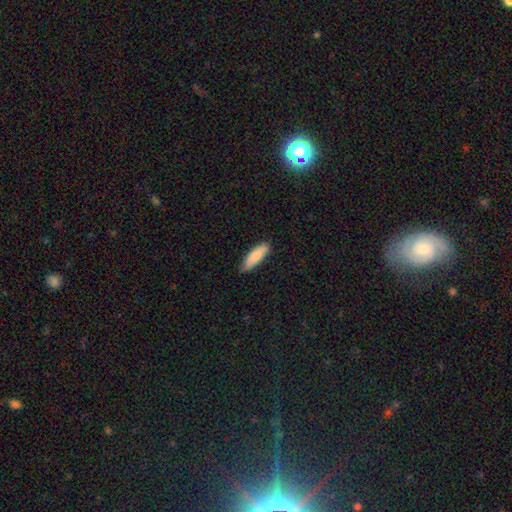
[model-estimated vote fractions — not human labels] Overall: smooth (85%). How rounded: in between (55%; cigar-shaped 44%). Merging: none (79%).